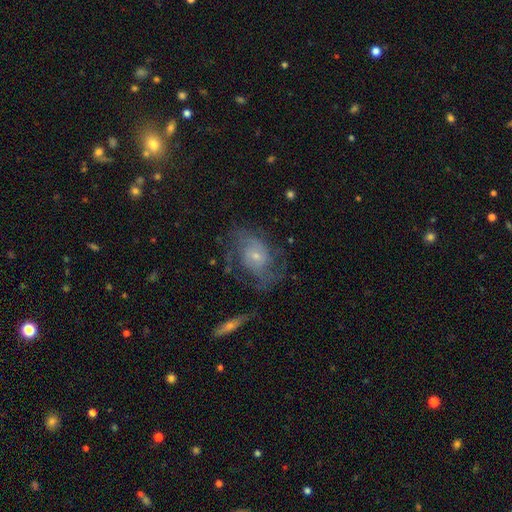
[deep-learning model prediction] Morphology: type=featured or disk (73%); edge-on=no (96%); bar=no (67%); spiral arms=yes (85%); winding=medium (44%); arm count=2 (38%); bulge=small (68%); merging=none (55%).